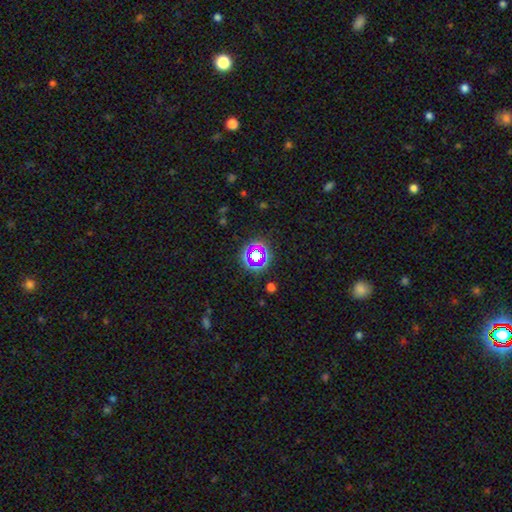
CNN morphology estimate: Smooth or featured?
  - star or artifact: 57% *
  - smooth: 29%
  - featured or disk: 14%